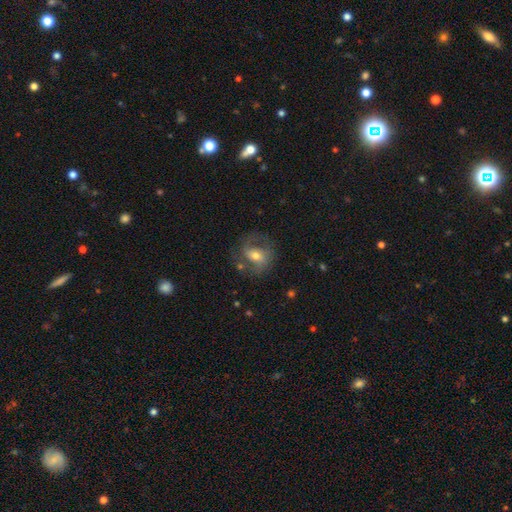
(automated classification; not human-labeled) Smooth or featured? featured or disk (60%)
Edge-on disk? no (96%)
Bar? weak (44%)
Spiral arms? yes (78%)
Bulge size? moderate (66%)
Merging? none (61%)